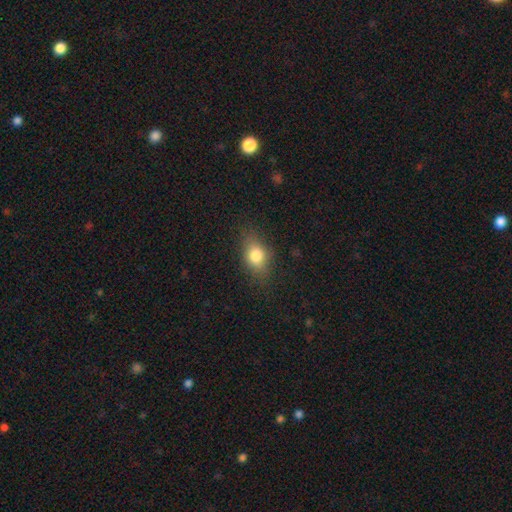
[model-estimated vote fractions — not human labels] Smooth or featured? smooth (78%)
How rounded? in between (73%)
Merging? none (78%)